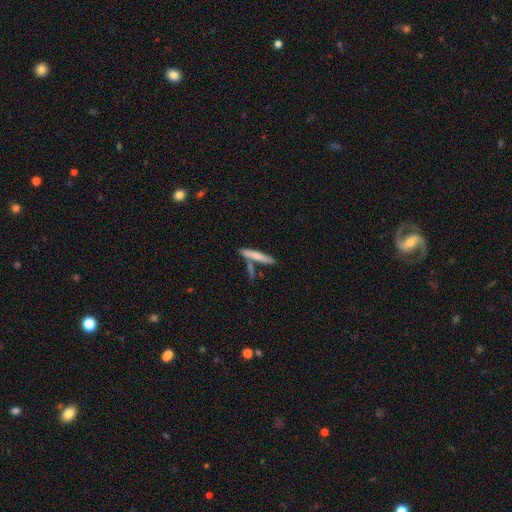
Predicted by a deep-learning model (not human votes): Morphology: type=smooth (70%); roundness=cigar-shaped (92%); merging=none (72%).